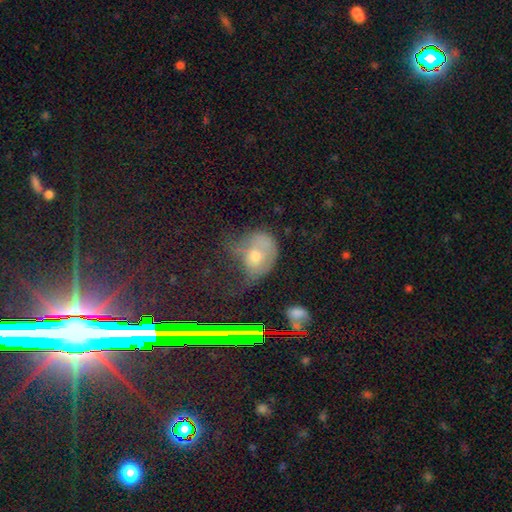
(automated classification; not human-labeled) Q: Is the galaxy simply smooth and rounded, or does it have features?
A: smooth — 47%.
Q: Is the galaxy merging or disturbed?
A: major disturbance — 39%.